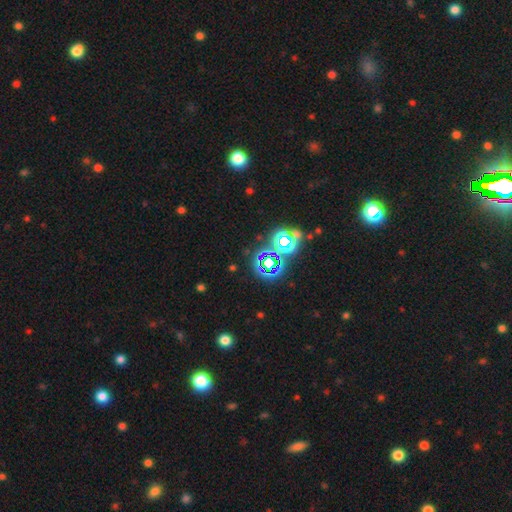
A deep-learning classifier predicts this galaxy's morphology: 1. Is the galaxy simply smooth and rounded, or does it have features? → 59% star or artifact, 28% smooth, 13% featured or disk.